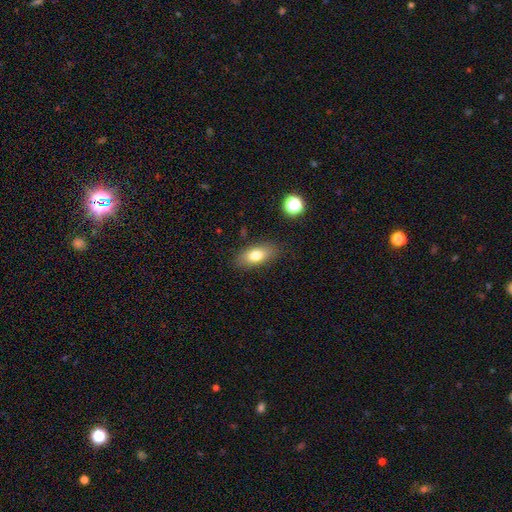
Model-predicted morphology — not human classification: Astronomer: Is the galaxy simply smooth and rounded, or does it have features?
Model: smooth — 76%.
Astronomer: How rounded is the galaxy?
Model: in between — 83%.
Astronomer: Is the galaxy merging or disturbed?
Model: none — 83%.